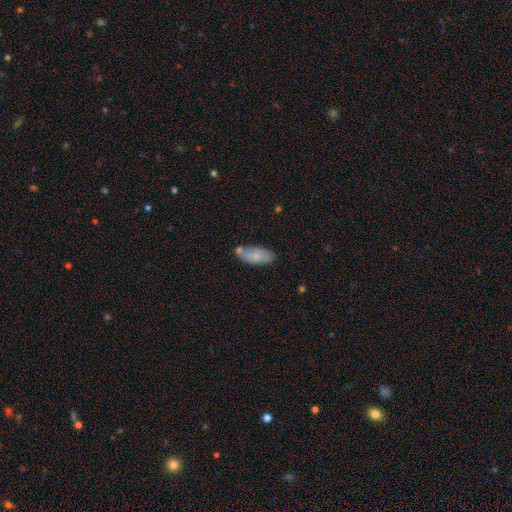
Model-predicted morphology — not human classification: Smooth or featured? Predicted: smooth (p=0.77). How rounded? Predicted: in between (p=0.84). Merging? Predicted: none (p=0.58).